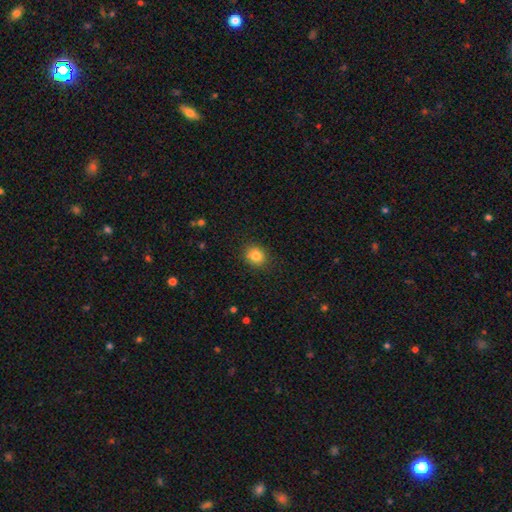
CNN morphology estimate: This is clearly a smooth galaxy (84%). How rounded: likely round (76%). Merging: clearly none (89%).